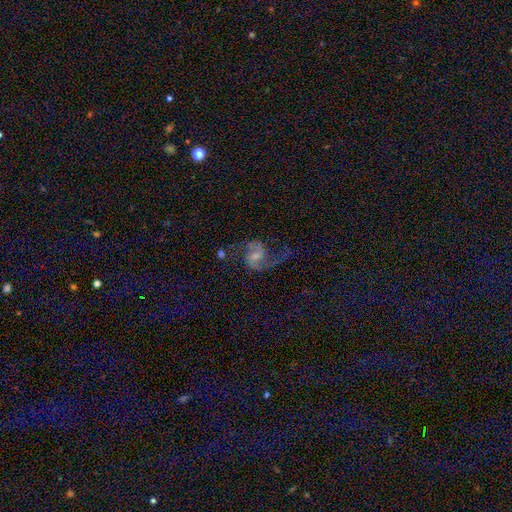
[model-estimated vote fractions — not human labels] Smooth or featured?
  - featured or disk: 85% *
  - smooth: 8%
  - star or artifact: 6%
Edge-on disk?
  - no: 98% *
  - yes: 2%
Bar?
  - weak: 50% *
  - no: 39%
  - strong: 12%
Spiral arms?
  - yes: 96% *
  - no: 4%
Spiral winding?
  - loose: 52% *
  - medium: 40%
  - tight: 8%
Spiral arm count?
  - 2: 88% *
  - 1: 6%
  - can't tell: 2%
  - 3: 1%
  - 4: 1%
  - more than 4: 1%
Bulge size?
  - small: 45% *
  - moderate: 39%
  - none: 11%
  - large: 4%
  - dominant: 1%
Merging?
  - none: 58% *
  - major disturbance: 21%
  - minor disturbance: 17%
  - merger: 4%